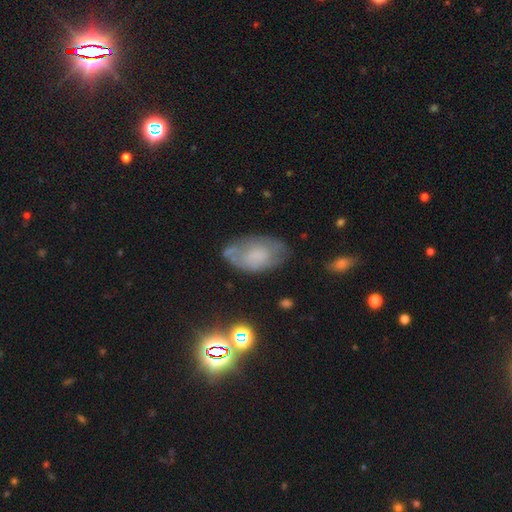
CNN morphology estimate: Smooth or featured: smooth — 50% (featured or disk — 38%)
How rounded: in between — 92% (round — 6%)
Merging: none — 56% (minor disturbance — 27%)